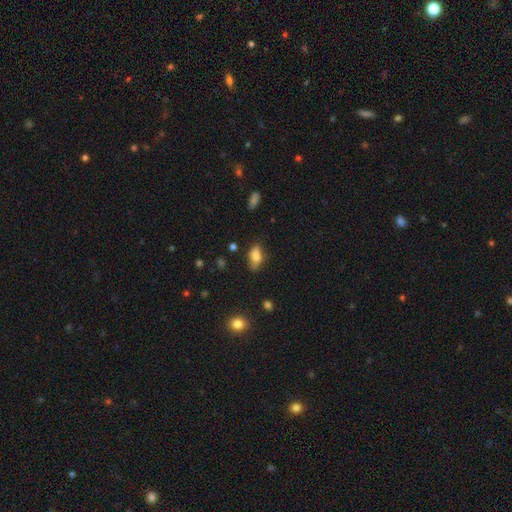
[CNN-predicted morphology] A smooth galaxy with no disk features (80%) that is in between round and cigar-shaped (87%).

Vote fractions:
- Smooth or featured? smooth: 80% / featured or disk: 11% / star or artifact: 9%
- How rounded? in between: 87% / cigar-shaped: 9% / round: 5%
- Merging? none: 64% / minor disturbance: 27% / major disturbance: 7% / merger: 3%